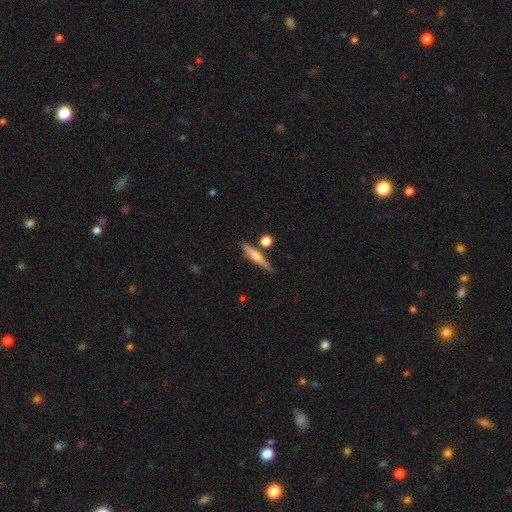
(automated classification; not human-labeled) Smooth or featured: smooth — 49% (featured or disk — 45%)
Merging: none — 78% (minor disturbance — 11%)